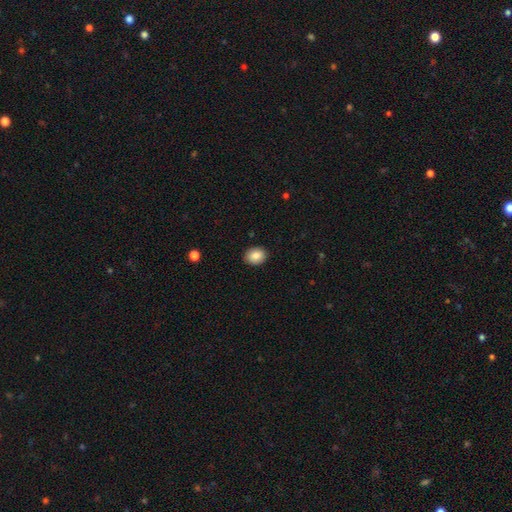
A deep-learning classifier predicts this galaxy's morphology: Overall: smooth (87%). How rounded: in between (50%; round 49%). Merging: none (90%).